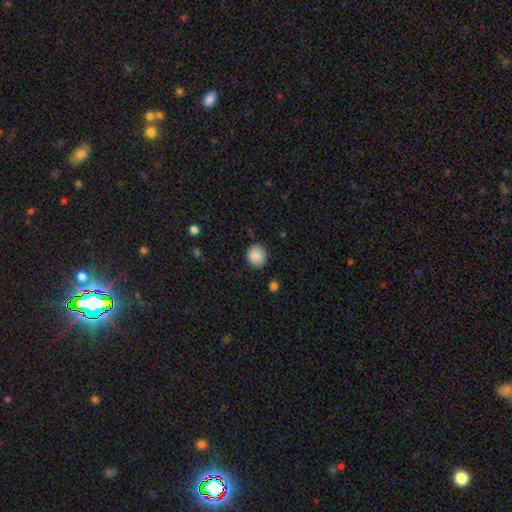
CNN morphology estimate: Smooth or featured?
  - smooth: 88% *
  - star or artifact: 8%
  - featured or disk: 4%
How rounded?
  - round: 82% *
  - in between: 17%
  - cigar-shaped: 1%
Merging?
  - none: 81% *
  - minor disturbance: 14%
  - major disturbance: 3%
  - merger: 2%